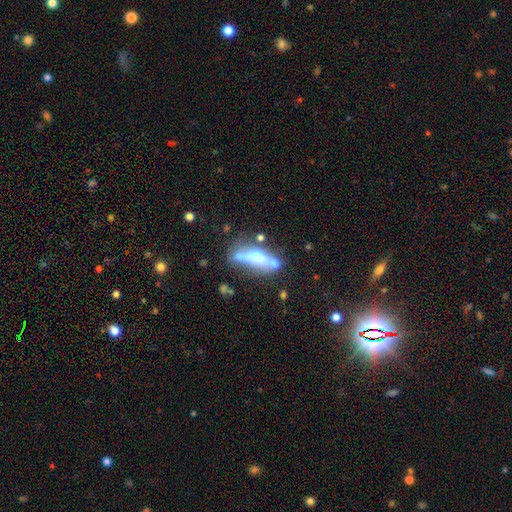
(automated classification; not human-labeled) featured or disk 62%, smooth 30%, star or artifact 8%. Down the decision tree: edge-on disk — yes (76%); merging — none (60%).